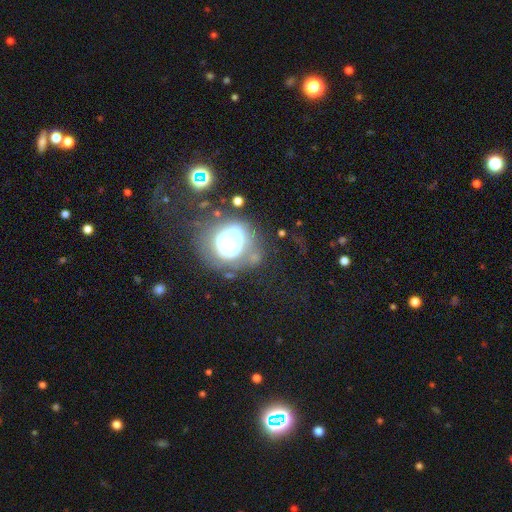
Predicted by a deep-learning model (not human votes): featured or disk 42%, smooth 34%, star or artifact 24%. Down the decision tree: merging — none (49%).